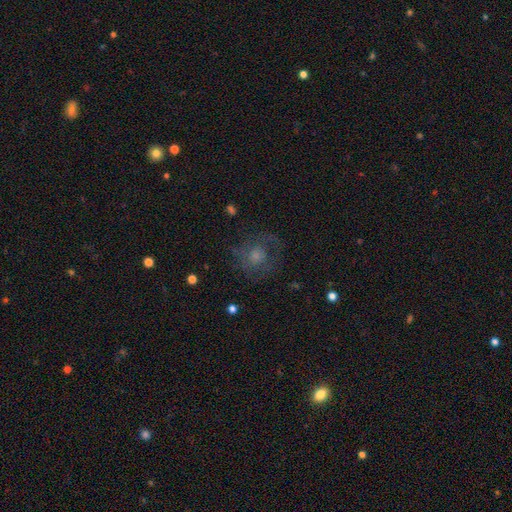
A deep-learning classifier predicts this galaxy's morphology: smooth-or-featured: smooth: 45% | featured or disk: 40% | star or artifact: 15%
  merging: none: 62% | major disturbance: 20% | minor disturbance: 17% | merger: 2%